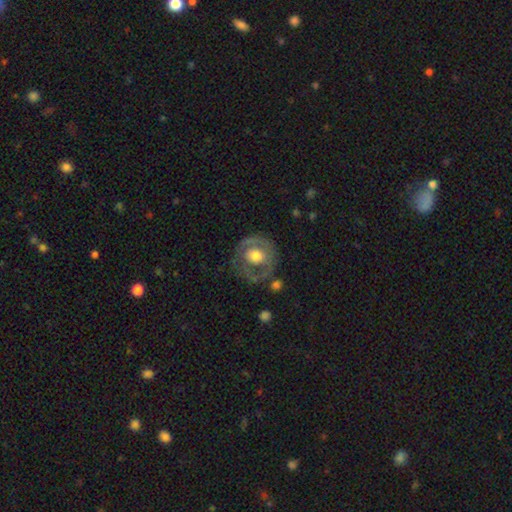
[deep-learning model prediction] A featured or disk galaxy (56%) with no bar (77%), no spiral arms (64%) and a moderate central bulge (65%). Merging: none (63%).